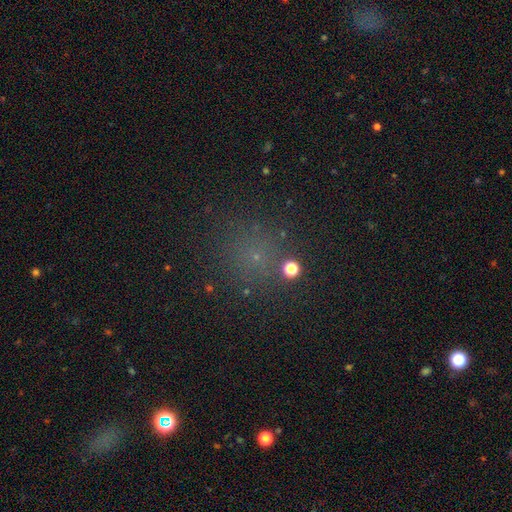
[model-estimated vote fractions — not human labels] Smooth or featured? Predicted: smooth (p=0.53). How rounded? Predicted: round (p=0.90). Merging? Predicted: none (p=0.82).